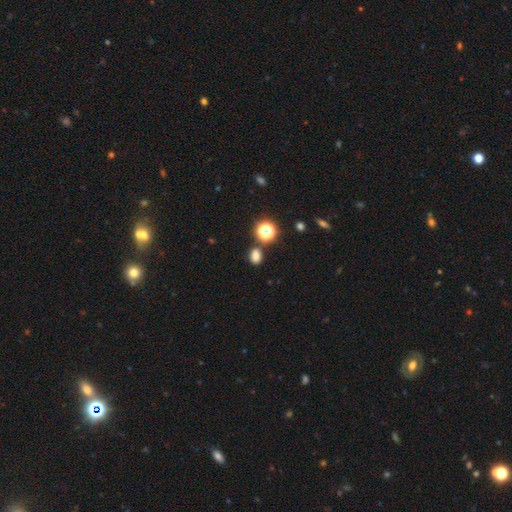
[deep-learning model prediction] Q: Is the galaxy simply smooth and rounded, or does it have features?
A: smooth — 75%.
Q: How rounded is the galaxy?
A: in between — 62%.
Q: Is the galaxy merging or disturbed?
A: none — 76%.